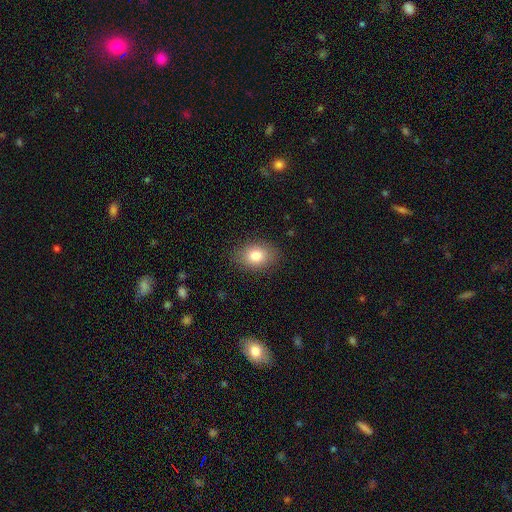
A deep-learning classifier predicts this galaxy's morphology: smooth_or_featured: smooth (p=0.82) [alt: featured or disk p=0.10]
how_rounded: in between (p=0.76) [alt: round p=0.23]
merging: none (p=0.85) [alt: minor disturbance p=0.11]